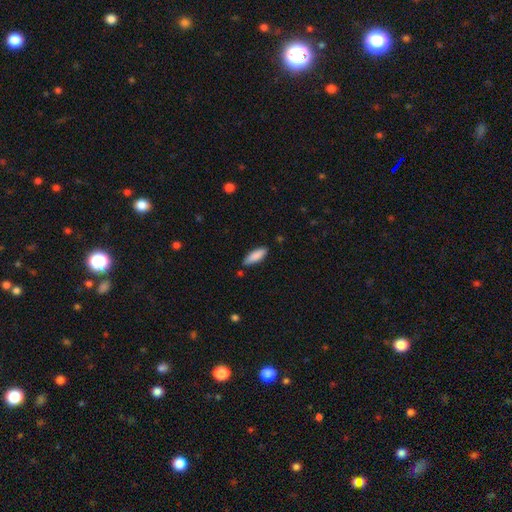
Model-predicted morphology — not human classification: A smooth galaxy with no disk features (86%) that is in between round and cigar-shaped (54%). Merging: none (82%).